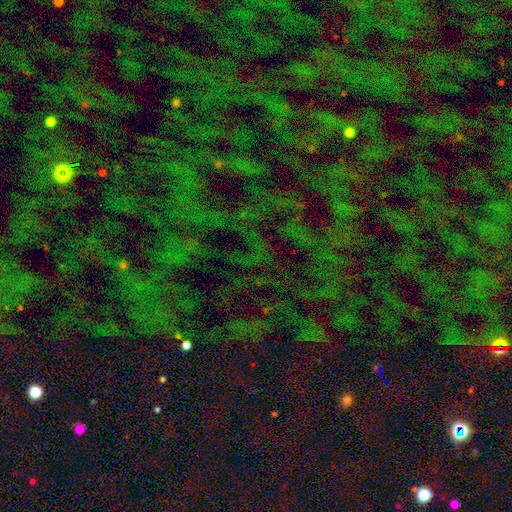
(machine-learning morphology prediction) smooth_or_featured: star or artifact (p=0.73) [alt: smooth p=0.17]